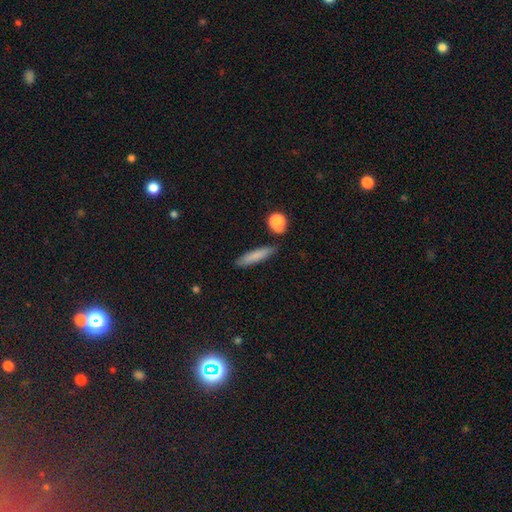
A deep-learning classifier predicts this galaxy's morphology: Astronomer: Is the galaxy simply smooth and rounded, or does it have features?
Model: smooth — 80%.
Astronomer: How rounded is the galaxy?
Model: cigar-shaped — 82%.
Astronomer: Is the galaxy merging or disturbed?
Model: none — 85%.